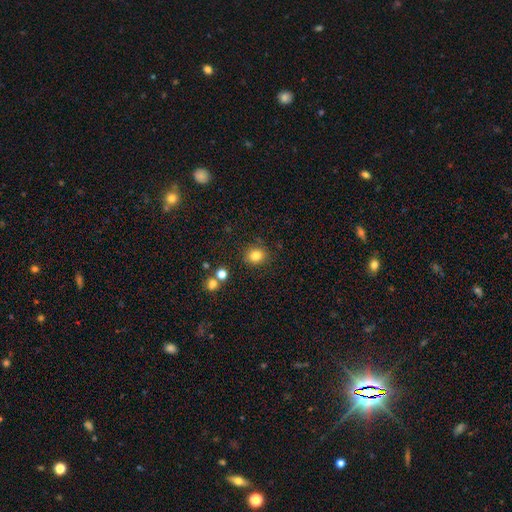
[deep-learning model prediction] smooth 83%, star or artifact 12%, featured or disk 6%. Down the decision tree: how rounded — round (75%); merging — none (85%).